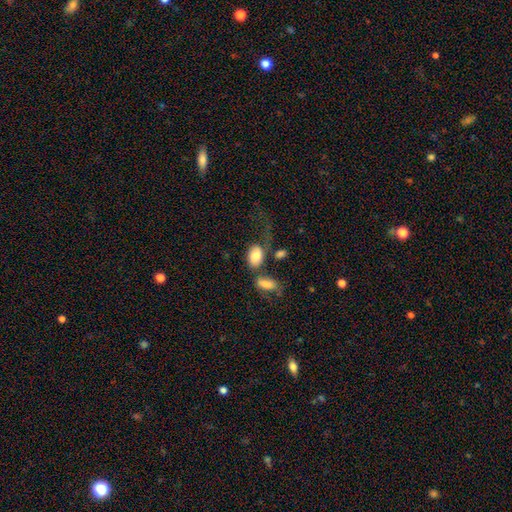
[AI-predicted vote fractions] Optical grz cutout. It shows a smooth galaxy with no disk features (78%) that is in between round and cigar-shaped (89%). Merging: none (29%, tied with merger).